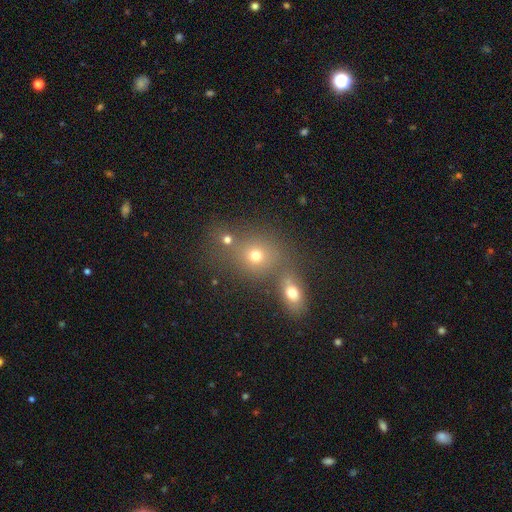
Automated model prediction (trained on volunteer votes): Smooth or featured? smooth (70%)
How rounded? round (71%)
Merging? none (50%)